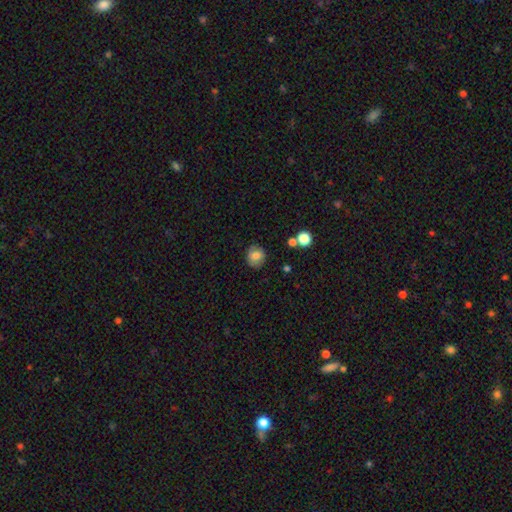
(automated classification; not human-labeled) A smooth galaxy with no disk features (77%) that is round (80%).

Vote fractions:
- Smooth or featured? smooth: 77% / featured or disk: 13% / star or artifact: 10%
- How rounded? round: 80% / in between: 19% / cigar-shaped: 1%
- Merging? none: 82% / minor disturbance: 12% / major disturbance: 3% / merger: 3%